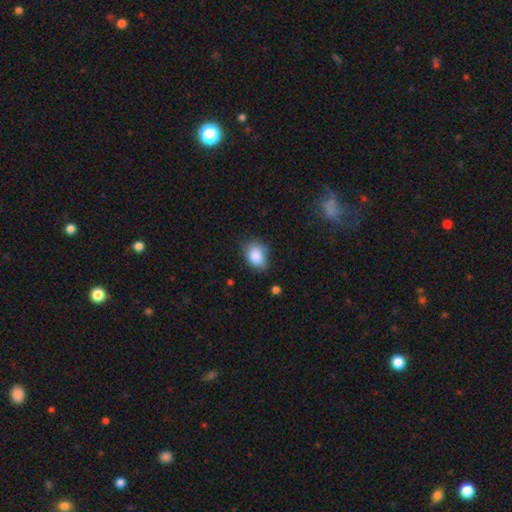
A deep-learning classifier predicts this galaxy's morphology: A smooth galaxy with no disk features (86%) that is in between round and cigar-shaped (76%). Merging: none (66%).